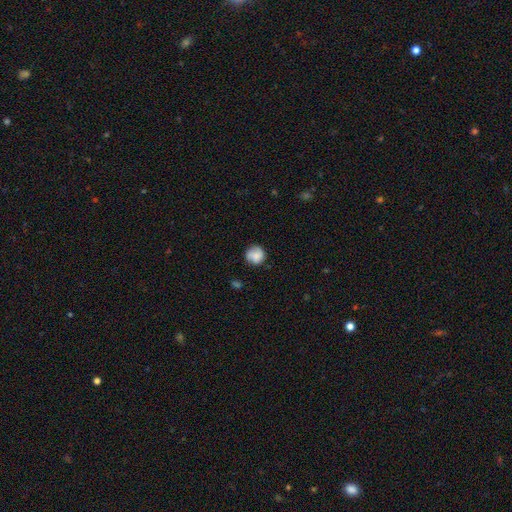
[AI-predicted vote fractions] A smooth galaxy with no disk features (76%) that is round (88%). Merging: none (69%).